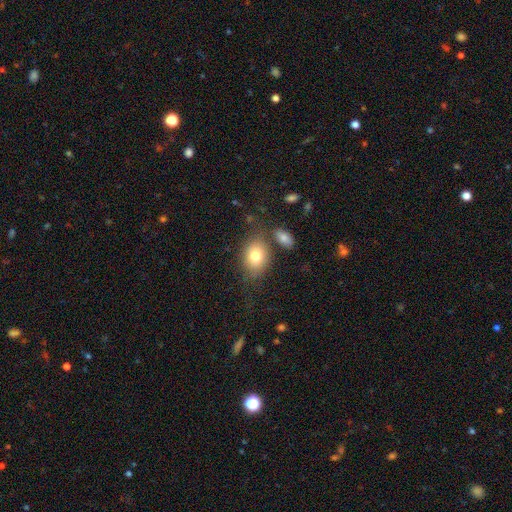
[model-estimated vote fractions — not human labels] Morphology: type=smooth (78%); roundness=in between (67%); merging=none (68%).